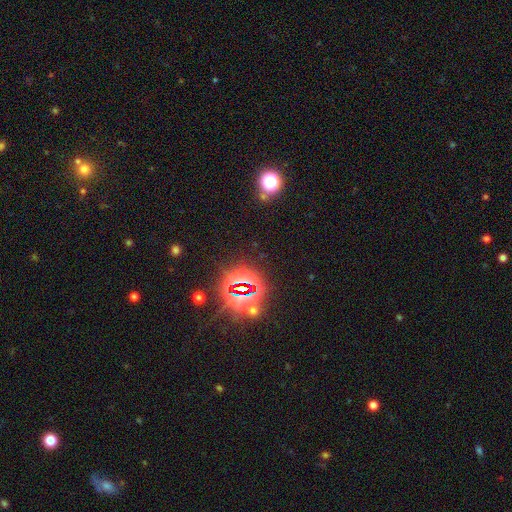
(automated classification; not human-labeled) Morphology: type=star or artifact (82%).